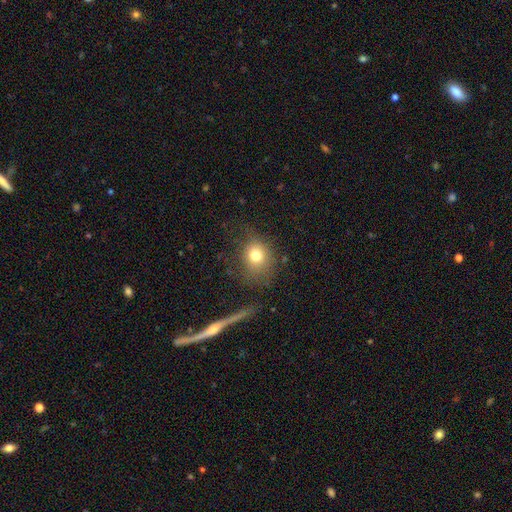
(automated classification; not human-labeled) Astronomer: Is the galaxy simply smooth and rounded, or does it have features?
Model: smooth — 76%.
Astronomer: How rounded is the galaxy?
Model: round — 73%.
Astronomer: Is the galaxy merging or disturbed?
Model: none — 67%.